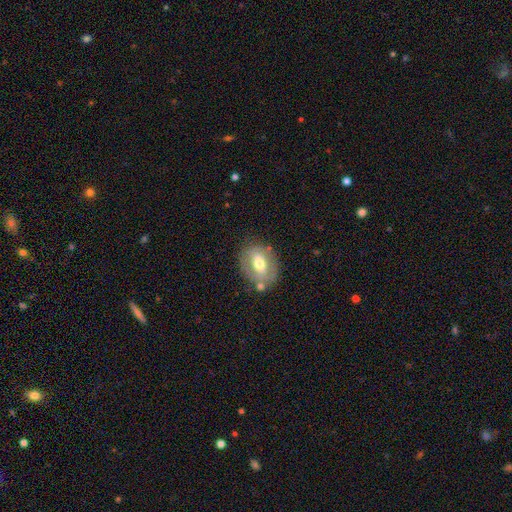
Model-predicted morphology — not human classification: Overall: featured or disk (53%; smooth 40%). Edge-on disk: no (93%). Merging: none (70%).